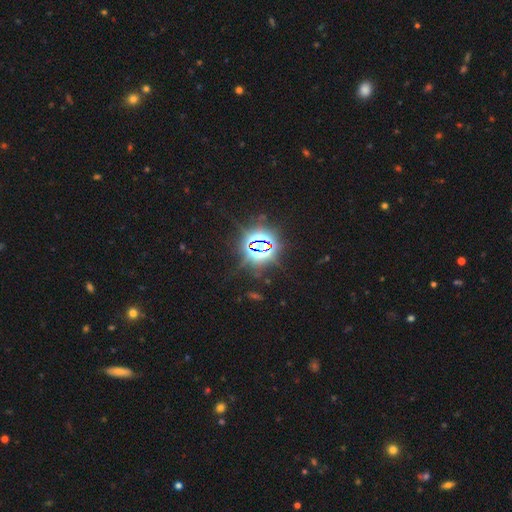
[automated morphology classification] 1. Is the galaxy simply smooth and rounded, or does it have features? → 83% star or artifact, 10% smooth, 7% featured or disk.